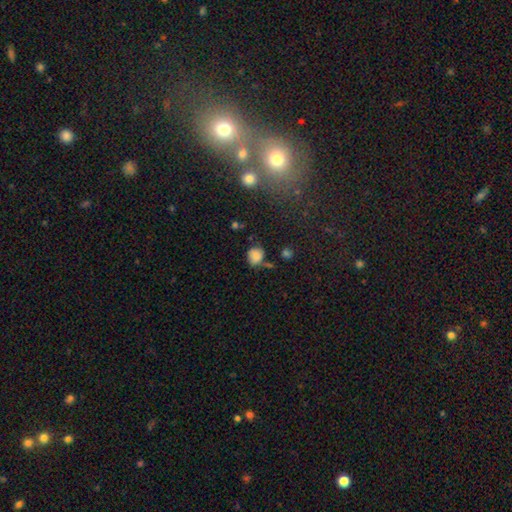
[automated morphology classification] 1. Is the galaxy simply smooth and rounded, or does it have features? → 79% smooth, 12% star or artifact, 9% featured or disk.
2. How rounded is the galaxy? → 66% round, 33% in between, 1% cigar-shaped.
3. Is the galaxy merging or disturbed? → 57% none, 25% minor disturbance, 11% merger, 7% major disturbance.